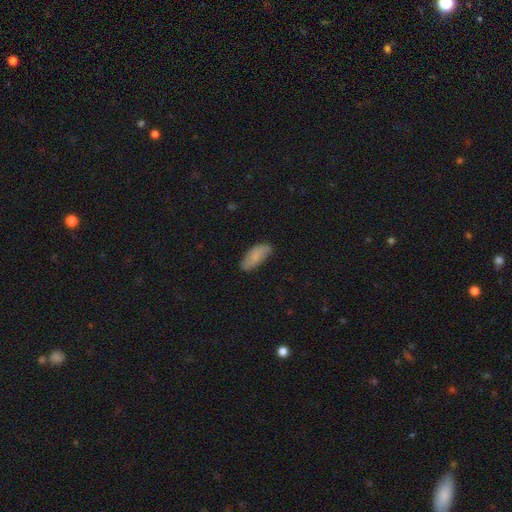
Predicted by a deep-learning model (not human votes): Smooth or featured? Predicted: smooth (p=0.77). How rounded? Predicted: in between (p=0.85). Merging? Predicted: none (p=0.77).